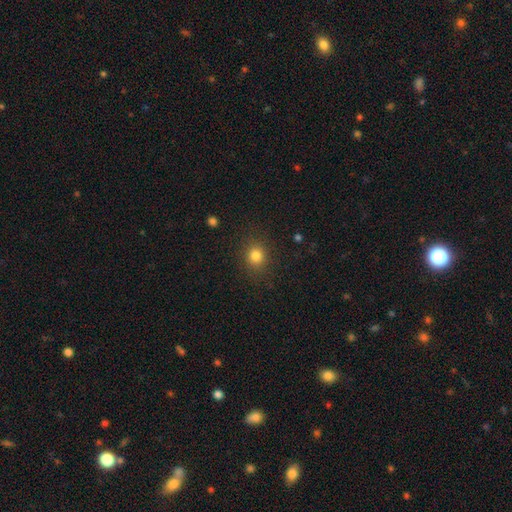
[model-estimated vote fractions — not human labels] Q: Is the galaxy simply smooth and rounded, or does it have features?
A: smooth — 82%.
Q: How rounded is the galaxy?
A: round — 80%.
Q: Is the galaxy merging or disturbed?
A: none — 87%.